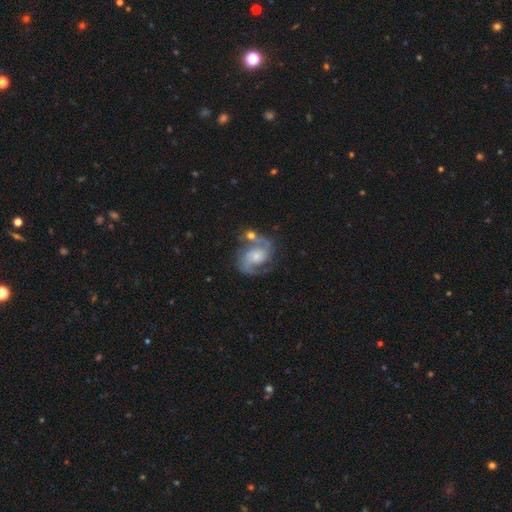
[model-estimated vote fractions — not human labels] Overall: featured or disk (89%). Edge-on disk: no (98%). Bar: no (58%; weak 33%). Spiral arms: yes (97%). Spiral arm count: 2 (92%). Spiral winding: medium (59%; loose 22%). Bulge size: small (46%; moderate 36%). Merging: none (64%).